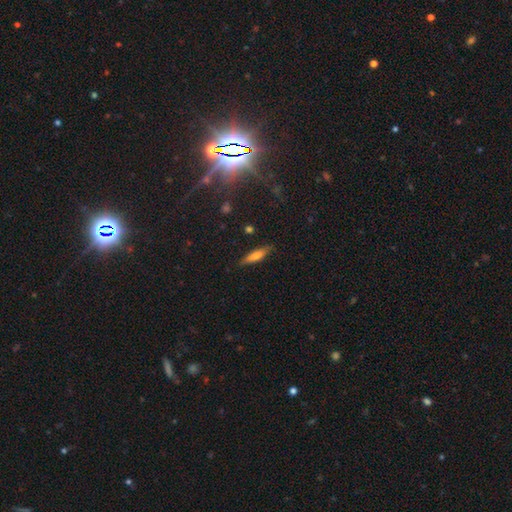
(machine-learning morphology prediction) Smooth or featured: smooth — 66% (featured or disk — 26%)
How rounded: cigar-shaped — 73% (in between — 25%)
Merging: none — 85% (minor disturbance — 11%)